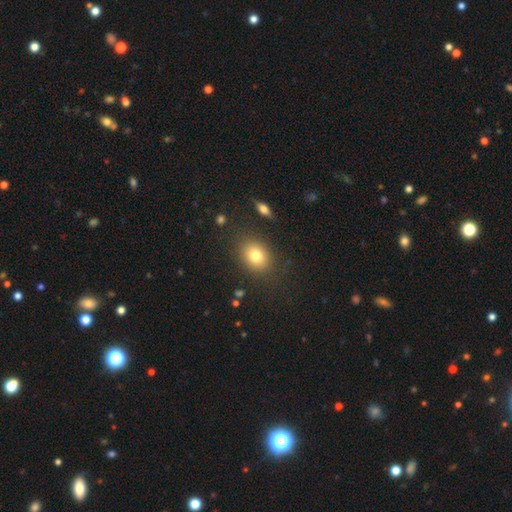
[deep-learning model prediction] smooth 79%, star or artifact 11%, featured or disk 10%. Down the decision tree: how rounded — in between (58%); merging — none (83%).